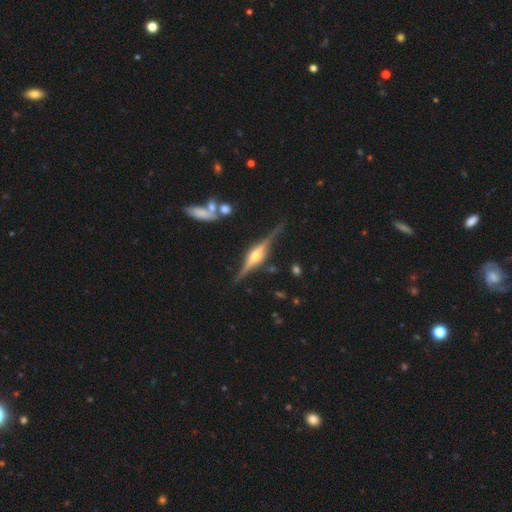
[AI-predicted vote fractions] The model was most divided on "merging": none: 83%, minor disturbance: 11%, merger: 3%, major disturbance: 3%. More confident: edge-on disk — yes (98%); edge-on bulge — rounded (90%); smooth or featured — featured or disk (88%).